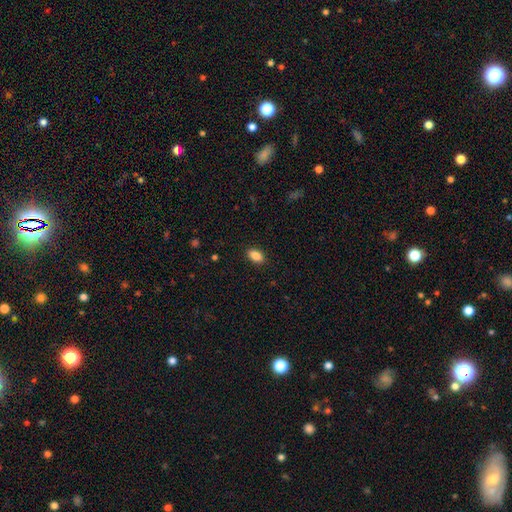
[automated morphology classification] smooth_or_featured: smooth (p=0.87) [alt: star or artifact p=0.08]
how_rounded: in between (p=0.90) [alt: round p=0.07]
merging: none (p=0.89) [alt: minor disturbance p=0.08]